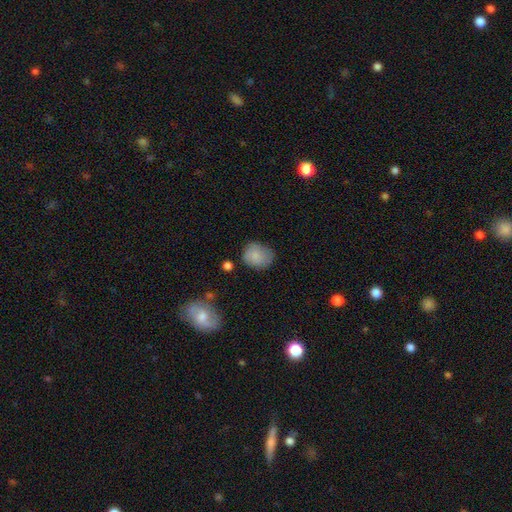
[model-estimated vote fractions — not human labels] Smooth or featured?
  - smooth: 84% *
  - star or artifact: 8%
  - featured or disk: 8%
How rounded?
  - round: 60% *
  - in between: 39%
  - cigar-shaped: 1%
Merging?
  - none: 65% *
  - minor disturbance: 25%
  - major disturbance: 6%
  - merger: 3%